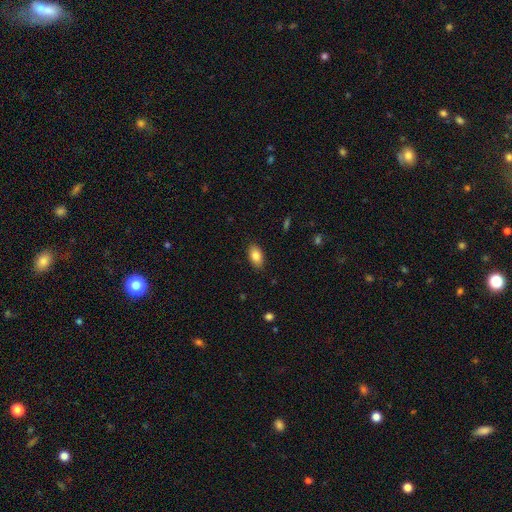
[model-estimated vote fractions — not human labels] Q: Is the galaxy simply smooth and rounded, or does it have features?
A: smooth — 85%.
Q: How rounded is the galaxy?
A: in between — 92%.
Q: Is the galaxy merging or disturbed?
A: none — 86%.